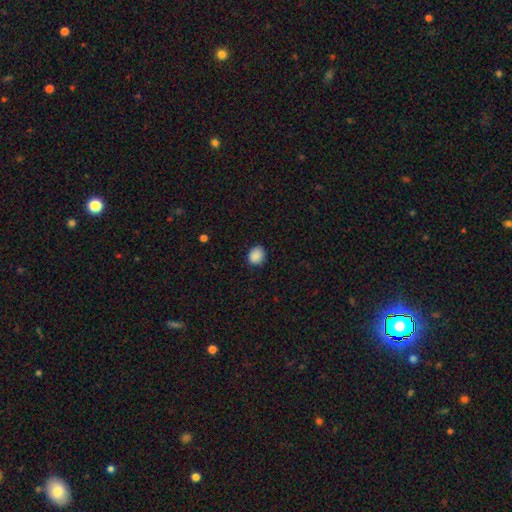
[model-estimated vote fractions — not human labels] A smooth galaxy with no disk features (88%) that is round (72%). Merging: none (85%).